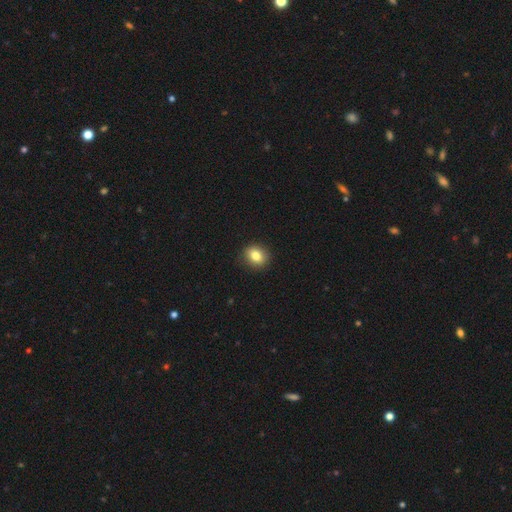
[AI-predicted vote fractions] This is clearly a smooth galaxy (82%). How rounded: possibly round (58%). Merging: clearly none (89%).